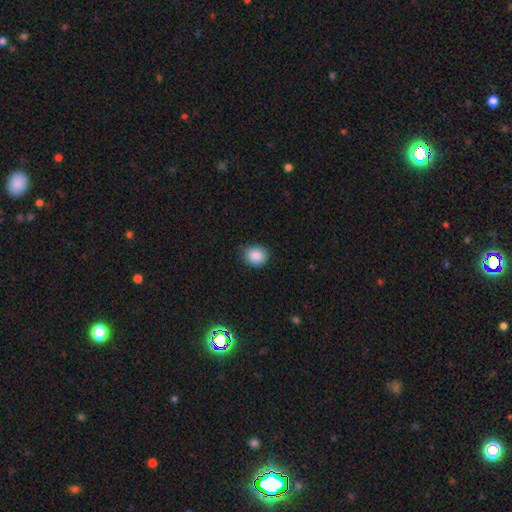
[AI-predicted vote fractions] Morphology: type=smooth (88%); roundness=round (76%); merging=none (80%).